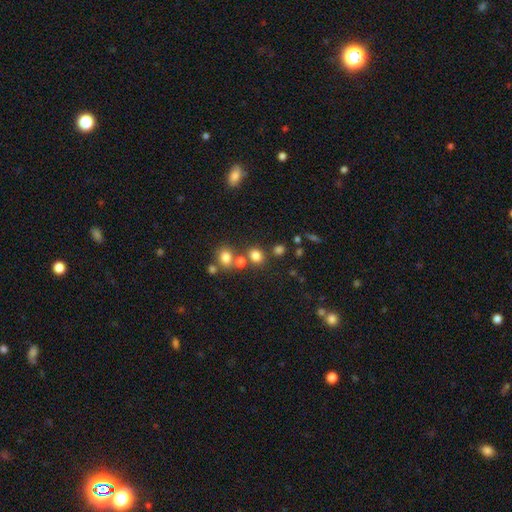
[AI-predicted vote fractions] Morphology: type=smooth (77%); roundness=round (68%); merging=none (67%).